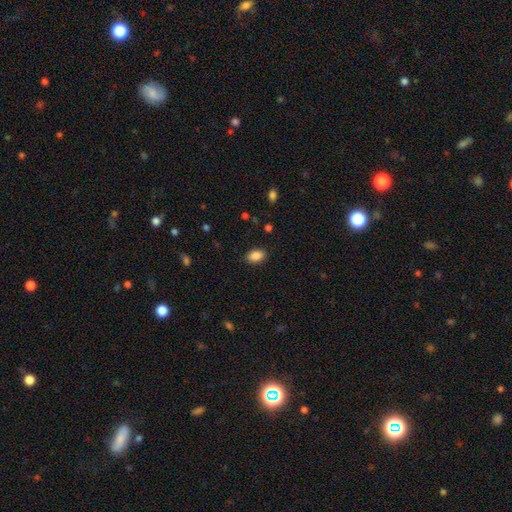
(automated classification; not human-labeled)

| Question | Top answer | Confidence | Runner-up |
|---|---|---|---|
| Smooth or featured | smooth | 88% | star or artifact (8%) |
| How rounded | in between | 87% | round (12%) |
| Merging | none | 87% | minor disturbance (9%) |